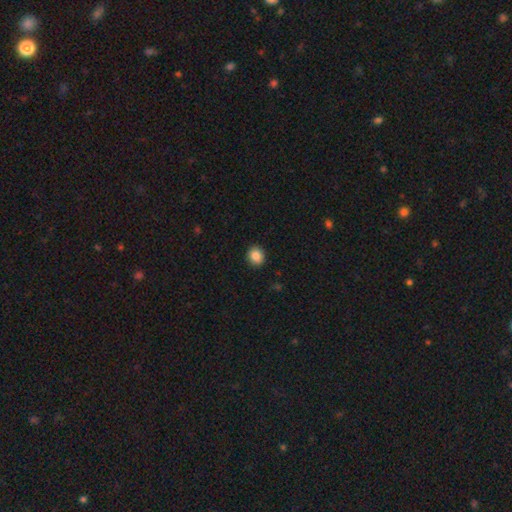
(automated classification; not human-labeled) smooth 87%, star or artifact 9%, featured or disk 4%. Down the decision tree: how rounded — round (79%); merging — none (92%).